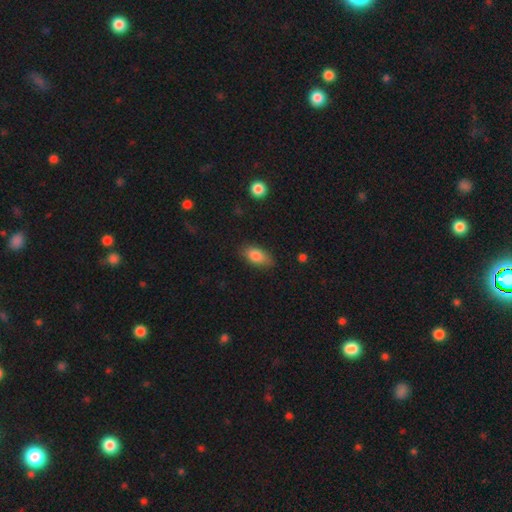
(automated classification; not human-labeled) smooth_or_featured: smooth (p=0.84) [alt: featured or disk p=0.09]
how_rounded: in between (p=0.89) [alt: cigar-shaped p=0.07]
merging: none (p=0.79) [alt: minor disturbance p=0.16]